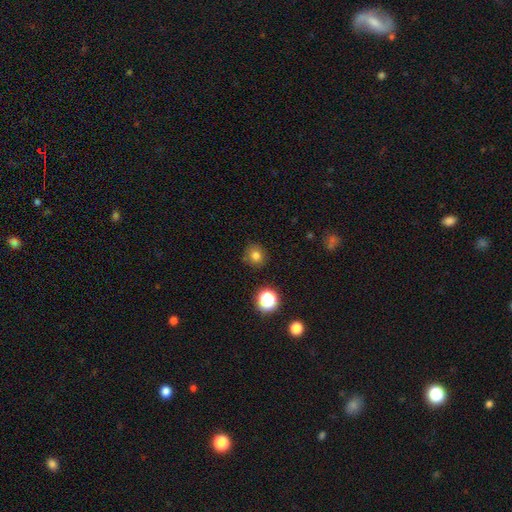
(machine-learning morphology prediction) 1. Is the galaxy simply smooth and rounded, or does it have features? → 77% smooth, 16% star or artifact, 7% featured or disk.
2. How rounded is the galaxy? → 84% round, 15% in between, 1% cigar-shaped.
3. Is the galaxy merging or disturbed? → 86% none, 9% minor disturbance, 3% major disturbance, 2% merger.